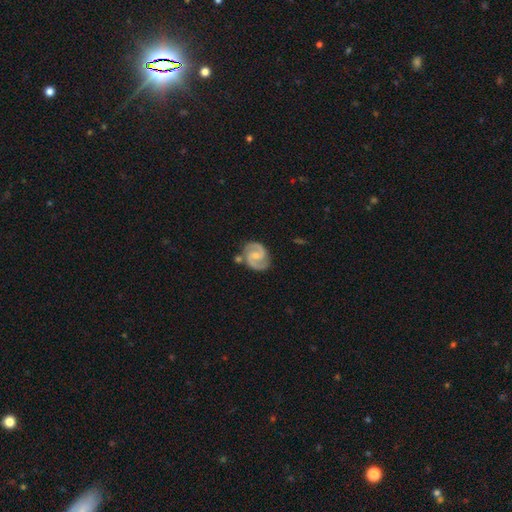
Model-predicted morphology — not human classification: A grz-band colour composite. It shows a featured or disk galaxy (90%) with a weak bar (46%), 2 (94%) medium (56%) spiral arms (98%) and a small central bulge (51%). Merging: none (78%).